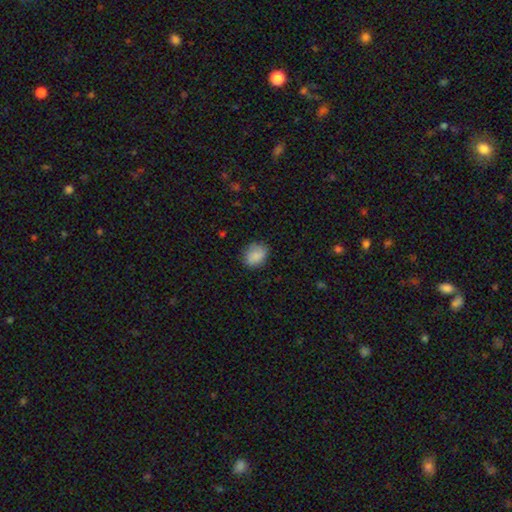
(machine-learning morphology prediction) This is clearly a smooth galaxy (84%). How rounded: possibly round (53%). Merging: likely none (76%).